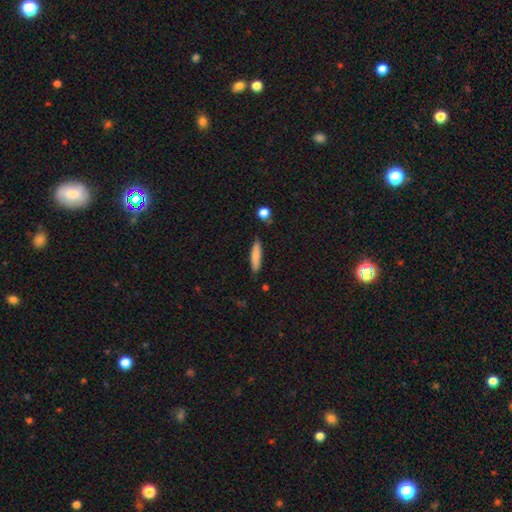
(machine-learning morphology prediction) Q: Smooth or featured?
A: smooth (81%); runner-up: featured or disk (13%)
Q: How rounded?
A: cigar-shaped (85%); runner-up: in between (14%)
Q: Merging?
A: none (84%); runner-up: minor disturbance (11%)